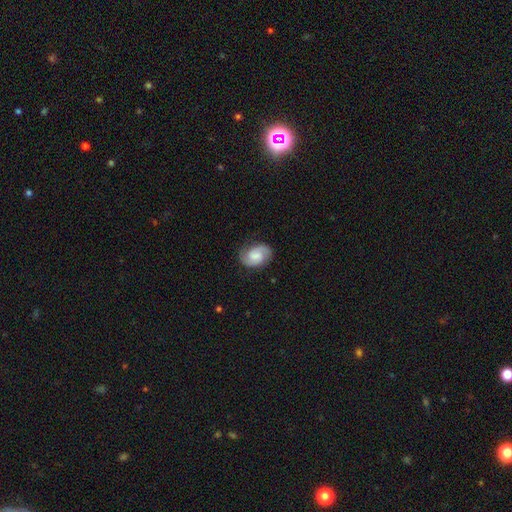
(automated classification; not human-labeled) Smooth or featured? featured or disk (76%)
Edge-on disk? no (98%)
Bar? weak (48%)
Spiral arms? yes (96%)
Spiral winding? medium (48%)
Spiral arm count? 2 (91%)
Bulge size? moderate (33%)
Merging? none (82%)